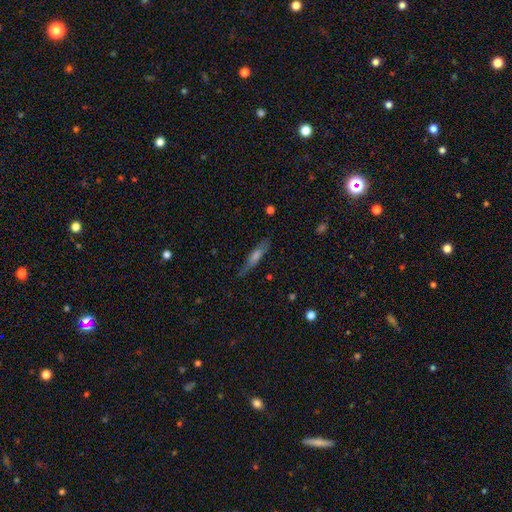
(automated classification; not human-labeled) Smooth or featured?
  - featured or disk: 46% *
  - smooth: 45%
  - star or artifact: 9%
Merging?
  - none: 81% *
  - minor disturbance: 14%
  - major disturbance: 3%
  - merger: 1%